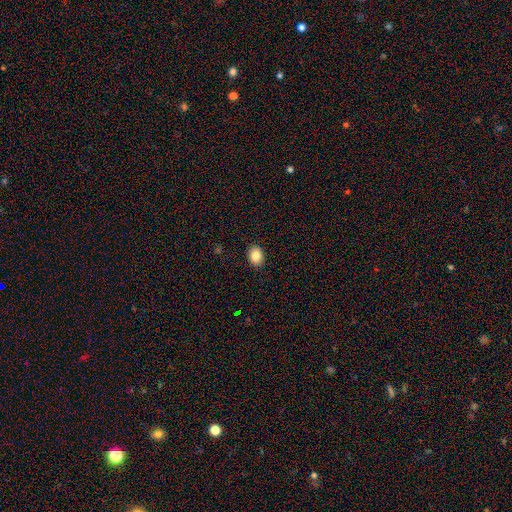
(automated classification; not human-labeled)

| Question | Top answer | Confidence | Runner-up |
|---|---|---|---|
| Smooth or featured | smooth | 85% | star or artifact (9%) |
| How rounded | in between | 61% | round (39%) |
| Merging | none | 90% | minor disturbance (7%) |